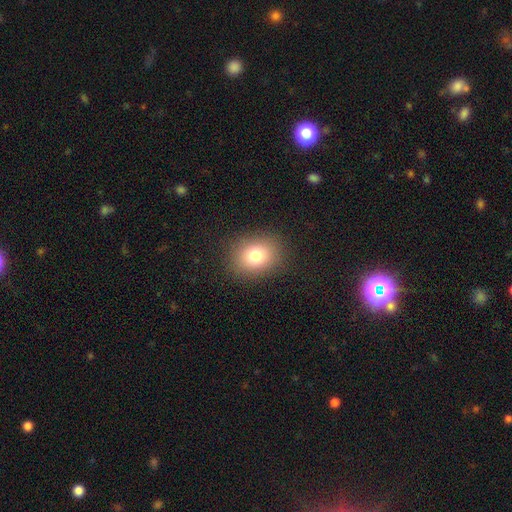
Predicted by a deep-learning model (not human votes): Overall: smooth (79%). How rounded: round (53%; in between 46%). Merging: none (88%).